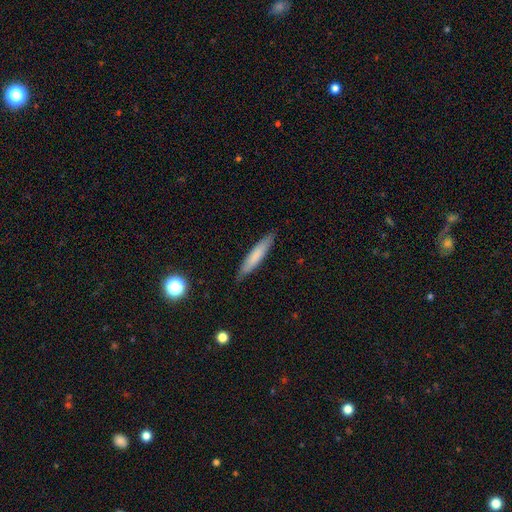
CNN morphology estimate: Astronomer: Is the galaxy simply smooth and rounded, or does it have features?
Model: smooth — 73%.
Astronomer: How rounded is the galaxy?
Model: cigar-shaped — 89%.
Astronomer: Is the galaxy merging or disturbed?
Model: none — 87%.